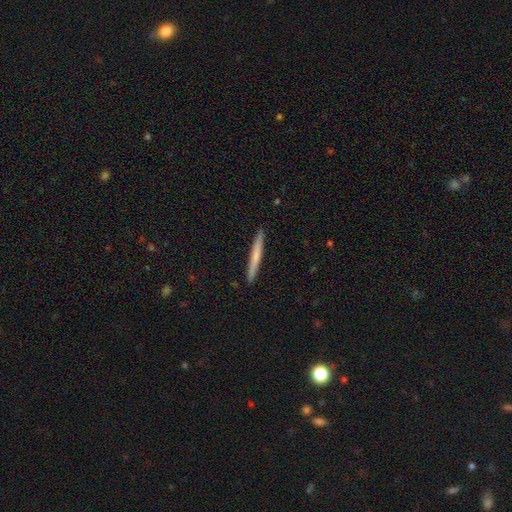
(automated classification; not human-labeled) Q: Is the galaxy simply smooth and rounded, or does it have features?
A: smooth — 58%.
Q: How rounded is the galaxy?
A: cigar-shaped — 97%.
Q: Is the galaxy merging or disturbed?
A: none — 92%.